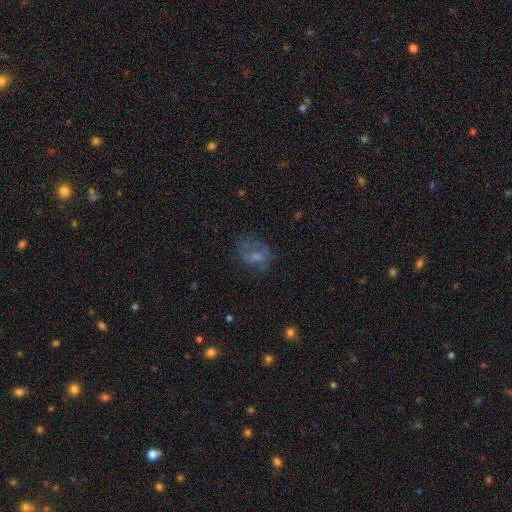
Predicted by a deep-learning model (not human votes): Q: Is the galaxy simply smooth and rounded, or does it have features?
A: smooth — 46%.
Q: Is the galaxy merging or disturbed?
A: none — 41%.